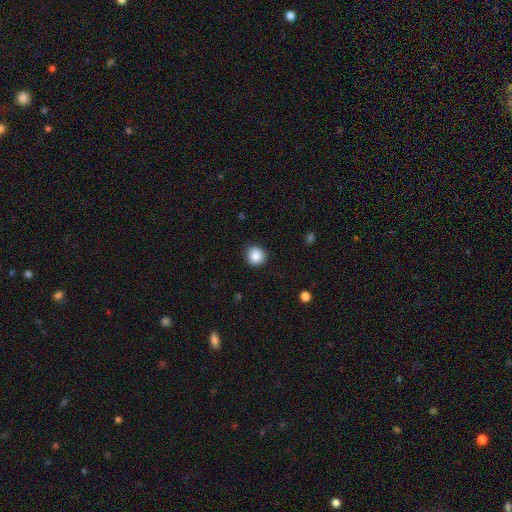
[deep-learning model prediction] smooth 87%, star or artifact 9%, featured or disk 4%. Down the decision tree: how rounded — round (92%); merging — none (88%).